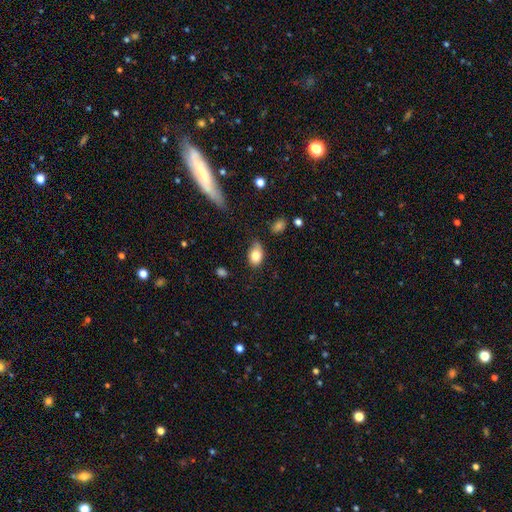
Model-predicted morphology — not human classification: Smooth or featured?
  - smooth: 82% *
  - featured or disk: 10%
  - star or artifact: 8%
How rounded?
  - in between: 86% *
  - round: 12%
  - cigar-shaped: 2%
Merging?
  - none: 58% *
  - minor disturbance: 32%
  - major disturbance: 7%
  - merger: 3%